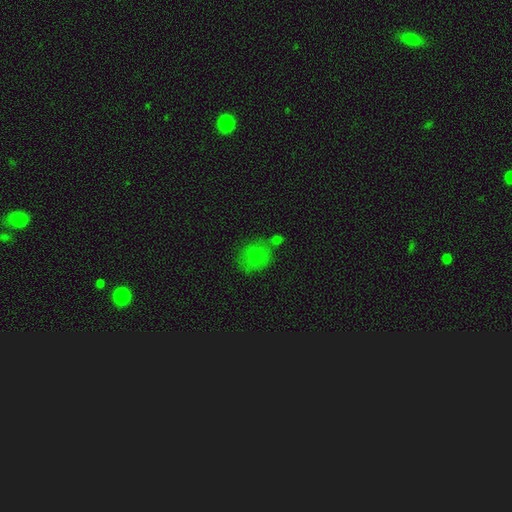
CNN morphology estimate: smooth-or-featured: smooth: 76% | star or artifact: 12% | featured or disk: 12%
  how-rounded: round: 63% | in between: 36% | cigar-shaped: 1%
  merging: none: 52% | minor disturbance: 20% | merger: 19% | major disturbance: 9%